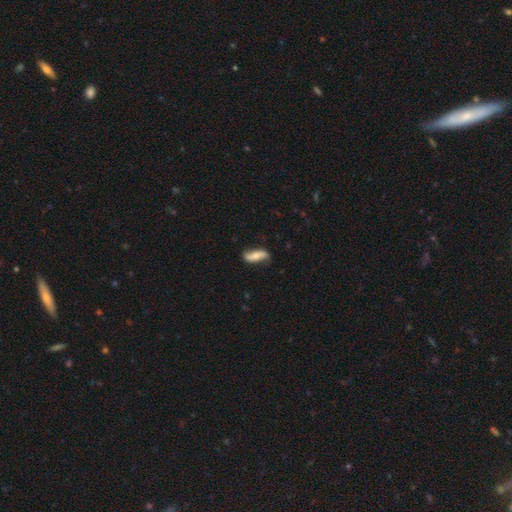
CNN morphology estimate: Smooth or featured: smooth — 50% (featured or disk — 43%)
Merging: none — 72% (minor disturbance — 21%)